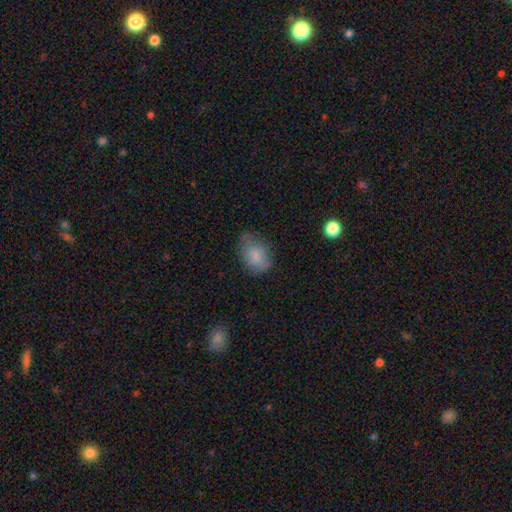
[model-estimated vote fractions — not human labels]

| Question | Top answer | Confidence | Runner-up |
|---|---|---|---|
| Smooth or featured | smooth | 79% | featured or disk (12%) |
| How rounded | in between | 76% | round (23%) |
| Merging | none | 54% | minor disturbance (31%) |